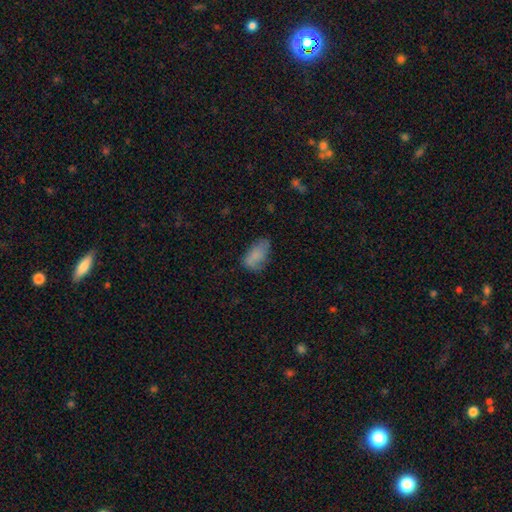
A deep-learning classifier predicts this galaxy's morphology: Smooth or featured? Predicted: smooth (p=0.75). How rounded? Predicted: in between (p=0.92). Merging? Predicted: none (p=0.54).